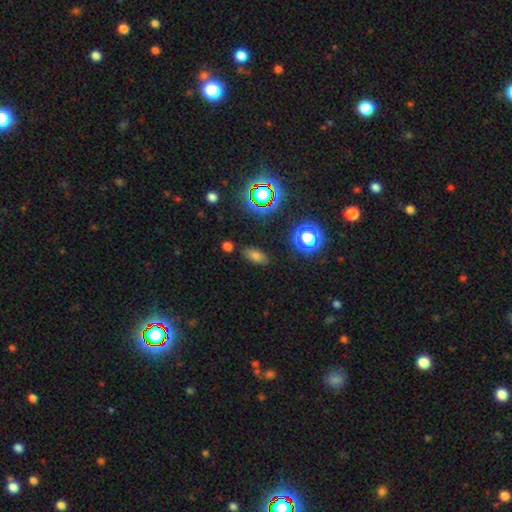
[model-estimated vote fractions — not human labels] Overall: smooth (68%). How rounded: in between (85%). Merging: none (80%).